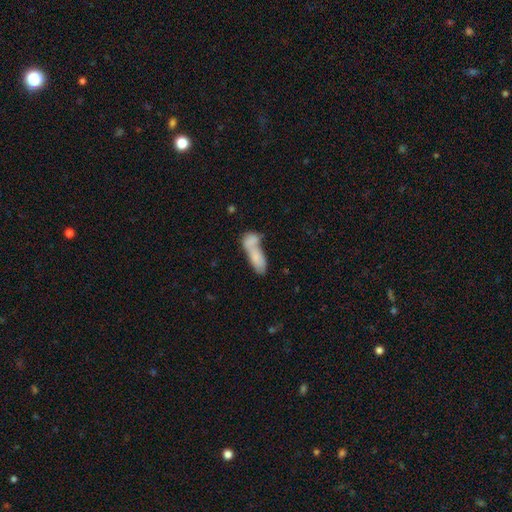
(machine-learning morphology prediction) smooth 75%, featured or disk 18%, star or artifact 7%. Down the decision tree: how rounded — in between (65%); merging — merger (63%).